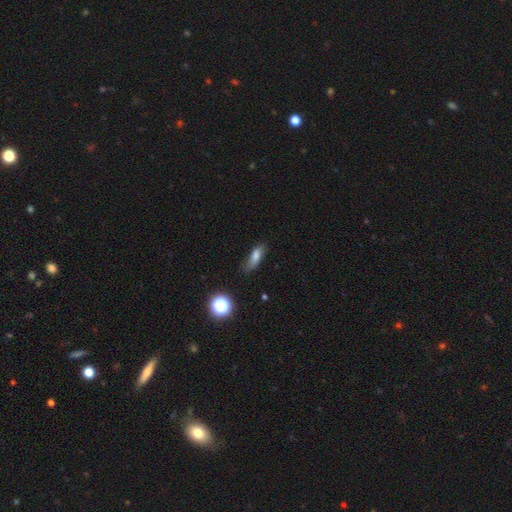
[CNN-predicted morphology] smooth 76%, featured or disk 13%, star or artifact 12%. Down the decision tree: how rounded — in between (61%); merging — none (60%).